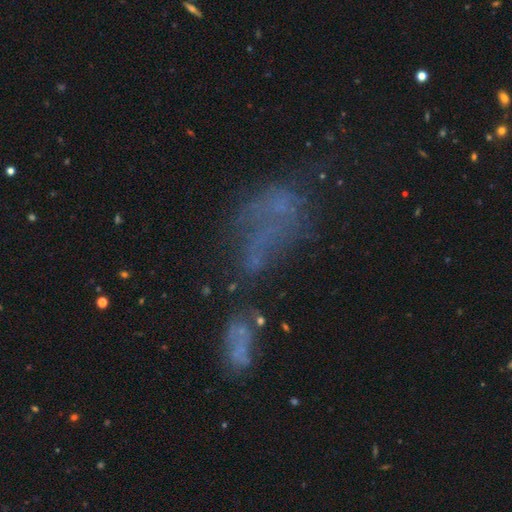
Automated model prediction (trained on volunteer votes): This is marginally a featured or disk galaxy (37%). Merging: marginally major disturbance (36%).